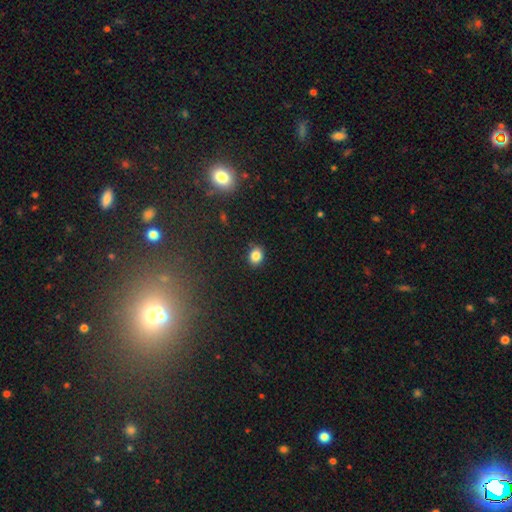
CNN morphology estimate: Smooth or featured? smooth (84%)
How rounded? round (57%)
Merging? none (88%)